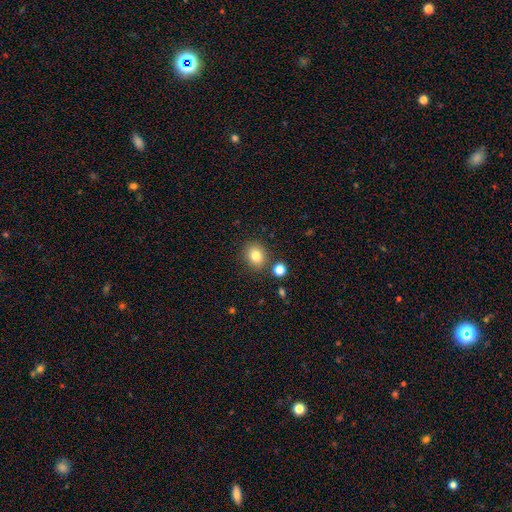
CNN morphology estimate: A smooth galaxy with no disk features (82%) that is round (70%).

Vote fractions:
- Smooth or featured? smooth: 82% / star or artifact: 11% / featured or disk: 7%
- How rounded? round: 70% / in between: 29% / cigar-shaped: 1%
- Merging? none: 81% / minor disturbance: 9% / merger: 7% / major disturbance: 3%